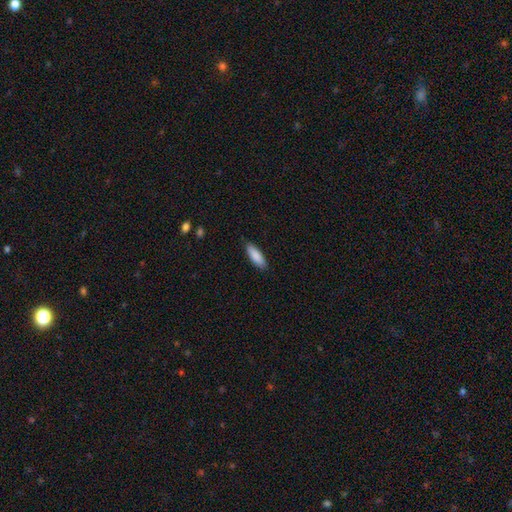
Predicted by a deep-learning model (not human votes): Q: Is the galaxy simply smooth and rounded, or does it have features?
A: smooth — 88%.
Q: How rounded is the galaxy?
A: in between — 59%.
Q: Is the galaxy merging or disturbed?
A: none — 87%.